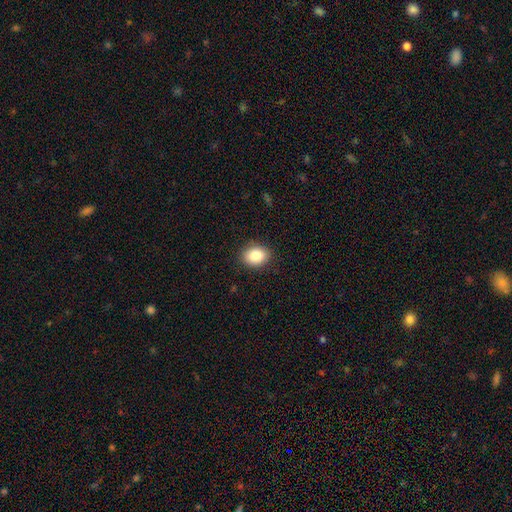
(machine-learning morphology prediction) Smooth or featured: smooth — 86% (star or artifact — 8%)
How rounded: in between — 57% (round — 42%)
Merging: none — 88% (minor disturbance — 8%)